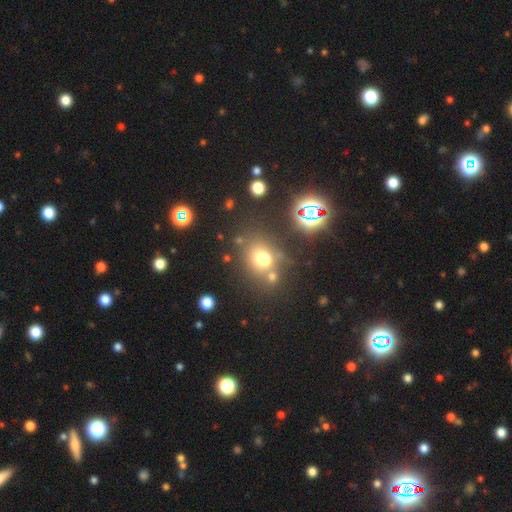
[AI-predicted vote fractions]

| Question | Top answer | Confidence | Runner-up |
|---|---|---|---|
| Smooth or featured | smooth | 51% | star or artifact (37%) |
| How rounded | round | 62% | in between (36%) |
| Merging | none | 69% | merger (14%) |